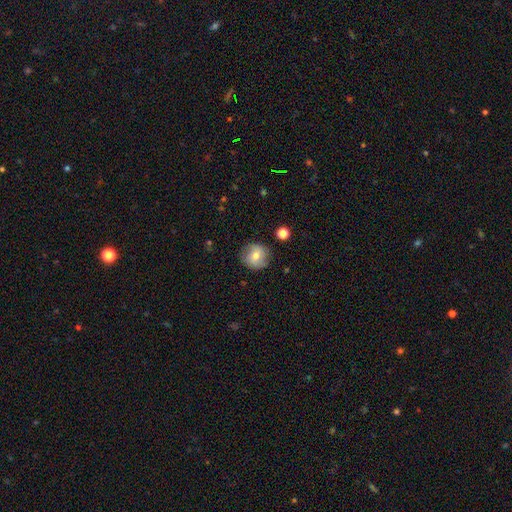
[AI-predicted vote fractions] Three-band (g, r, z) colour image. It shows a smooth galaxy with no disk features (68%) that is round (90%). Merging: none (82%).